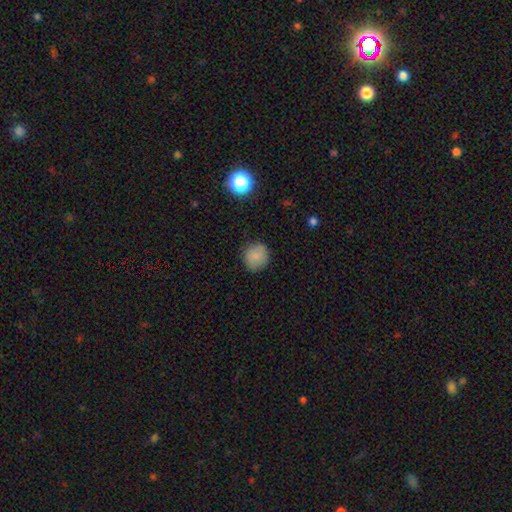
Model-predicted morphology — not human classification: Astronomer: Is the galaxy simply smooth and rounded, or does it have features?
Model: smooth — 83%.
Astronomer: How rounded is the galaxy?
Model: round — 91%.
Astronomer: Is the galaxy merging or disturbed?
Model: none — 84%.